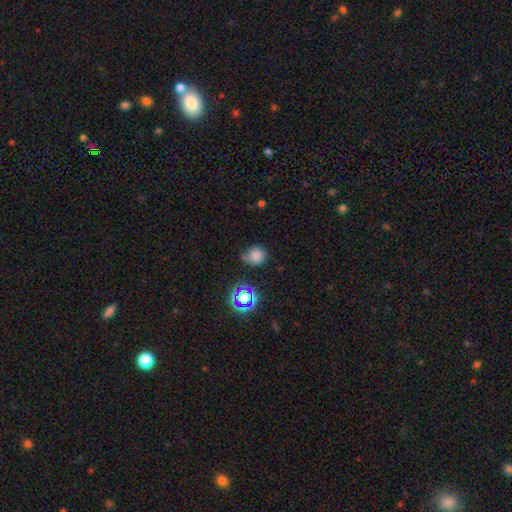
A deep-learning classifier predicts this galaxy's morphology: smooth 76%, star or artifact 18%, featured or disk 7%. Down the decision tree: how rounded — round (85%); merging — none (65%).